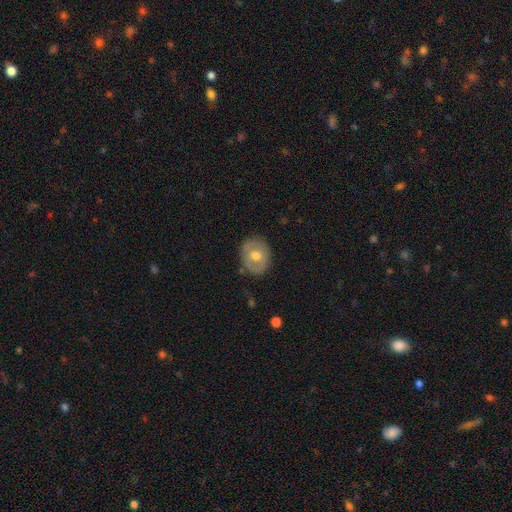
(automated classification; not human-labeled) The model was most divided on "smooth or featured": smooth: 50%, featured or disk: 44%, star or artifact: 7%. More confident: merging — none (81%).